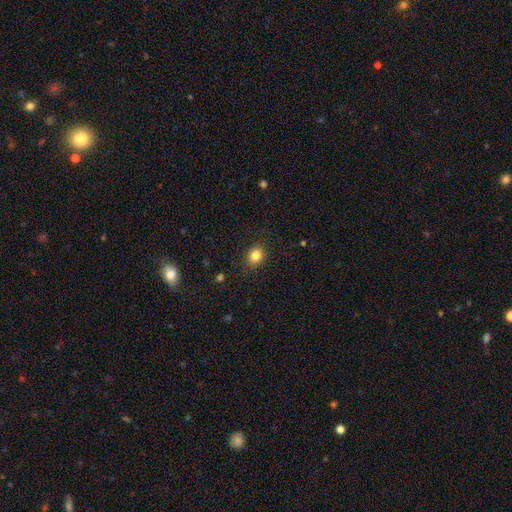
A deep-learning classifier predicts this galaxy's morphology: This appears to be a smooth galaxy with no disk features (83%) that is round (54%). Merging: none (86%).